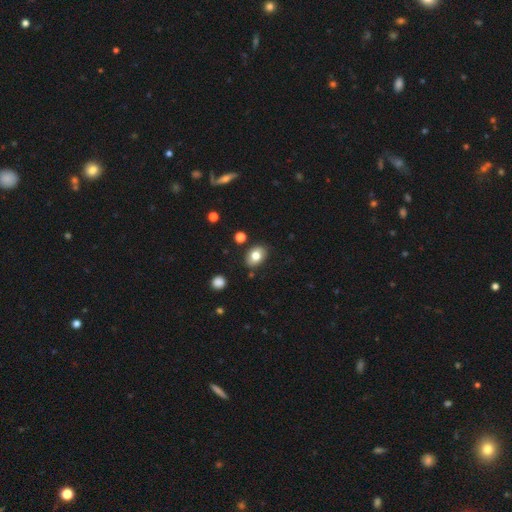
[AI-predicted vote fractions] Smooth or featured? smooth (77%)
How rounded? in between (74%)
Merging? none (83%)